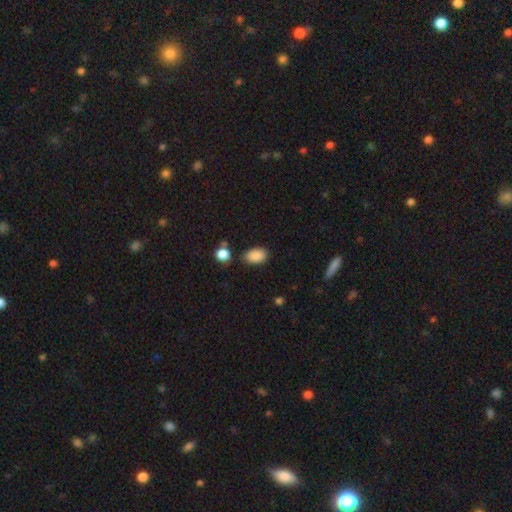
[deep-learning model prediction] Smooth or featured?
  - smooth: 88% *
  - star or artifact: 8%
  - featured or disk: 4%
How rounded?
  - in between: 89% *
  - round: 10%
  - cigar-shaped: 1%
Merging?
  - none: 81% *
  - minor disturbance: 12%
  - merger: 4%
  - major disturbance: 3%